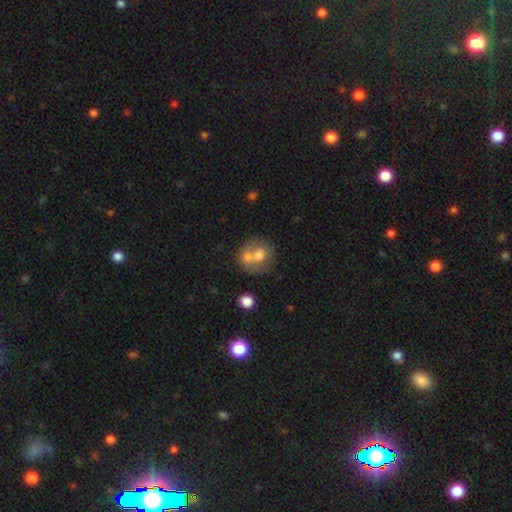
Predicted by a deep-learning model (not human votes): Morphology: type=smooth (62%); roundness=round (75%); merging=merger (51%).